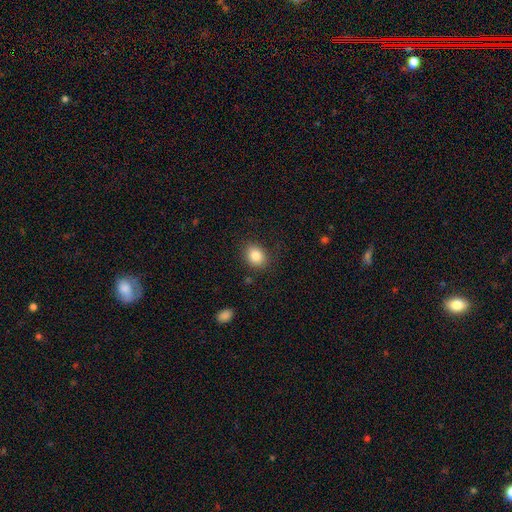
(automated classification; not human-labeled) Smooth or featured? smooth (85%)
How rounded? round (54%)
Merging? none (84%)